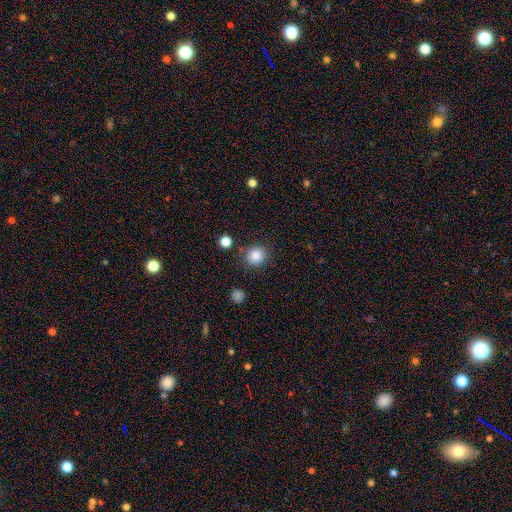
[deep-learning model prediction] Morphology: type=smooth (85%); roundness=round (91%); merging=none (85%).